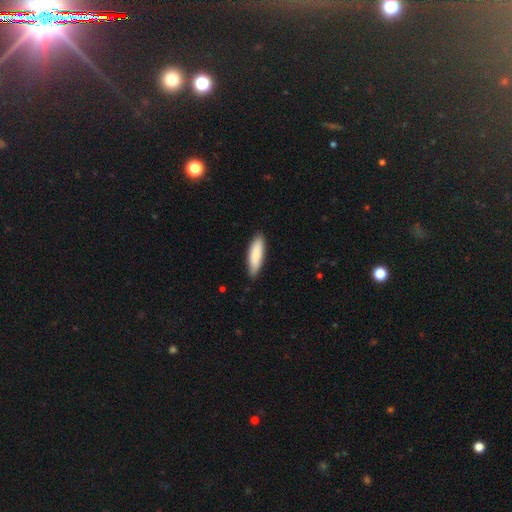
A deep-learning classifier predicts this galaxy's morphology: Smooth or featured? Predicted: smooth (p=0.85). How rounded? Predicted: cigar-shaped (p=0.55). Merging? Predicted: none (p=0.85).